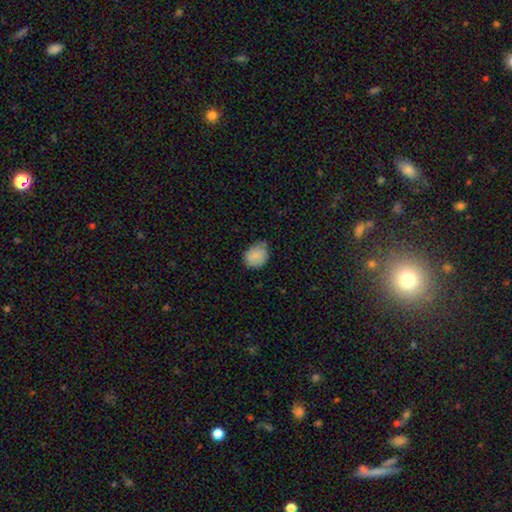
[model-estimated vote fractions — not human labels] smooth_or_featured: smooth (p=0.85) [alt: star or artifact p=0.08]
how_rounded: in between (p=0.50) [alt: round p=0.49]
merging: none (p=0.55) [alt: minor disturbance p=0.38]